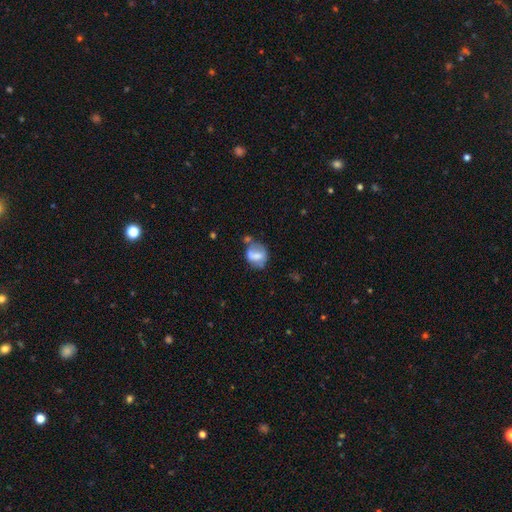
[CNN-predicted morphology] type=smooth (57%); roundness=round (57%); merging=none (44%).